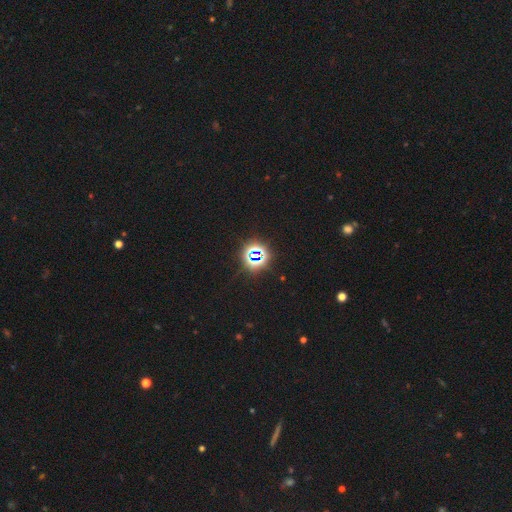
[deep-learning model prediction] Overall: star or artifact (76%).